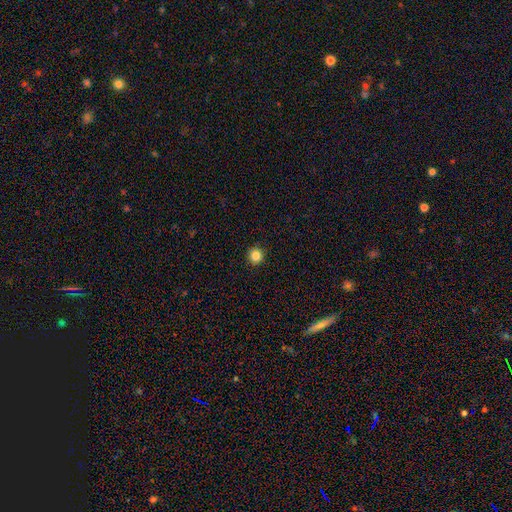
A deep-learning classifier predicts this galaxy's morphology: Smooth or featured?
  - smooth: 85% *
  - star or artifact: 11%
  - featured or disk: 4%
How rounded?
  - round: 94% *
  - in between: 5%
  - cigar-shaped: 1%
Merging?
  - none: 93% *
  - minor disturbance: 5%
  - major disturbance: 2%
  - merger: 1%